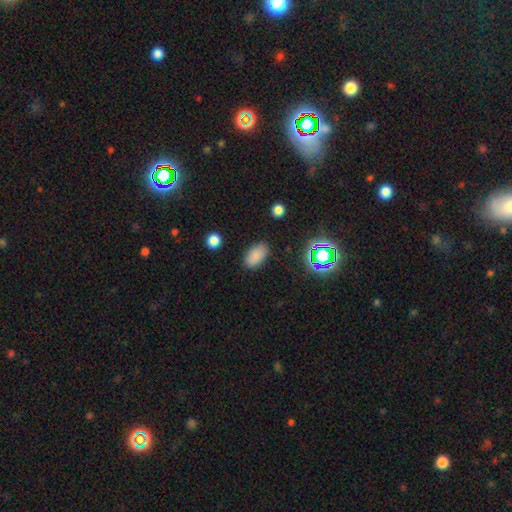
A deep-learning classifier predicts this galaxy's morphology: Smooth or featured? Predicted: smooth (p=0.83). How rounded? Predicted: in between (p=0.93). Merging? Predicted: none (p=0.85).